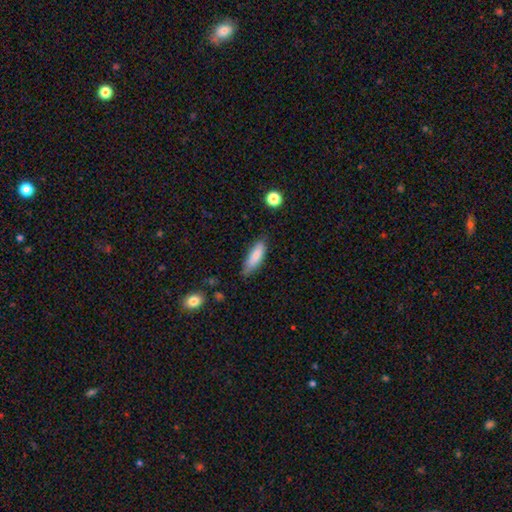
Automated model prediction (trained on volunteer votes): Smooth or featured?
  - smooth: 82% *
  - featured or disk: 12%
  - star or artifact: 7%
How rounded?
  - in between: 50% *
  - cigar-shaped: 48%
  - round: 2%
Merging?
  - none: 73% *
  - minor disturbance: 22%
  - major disturbance: 4%
  - merger: 2%